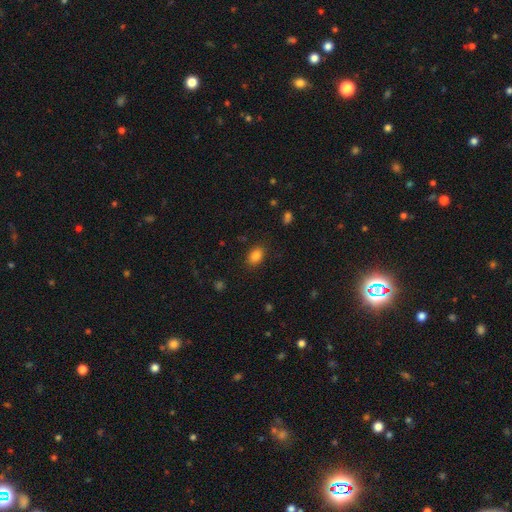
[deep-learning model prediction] smooth-or-featured: smooth: 85% | star or artifact: 10% | featured or disk: 5%
  how-rounded: in between: 80% | round: 19% | cigar-shaped: 1%
  merging: none: 85% | minor disturbance: 11% | major disturbance: 3% | merger: 1%